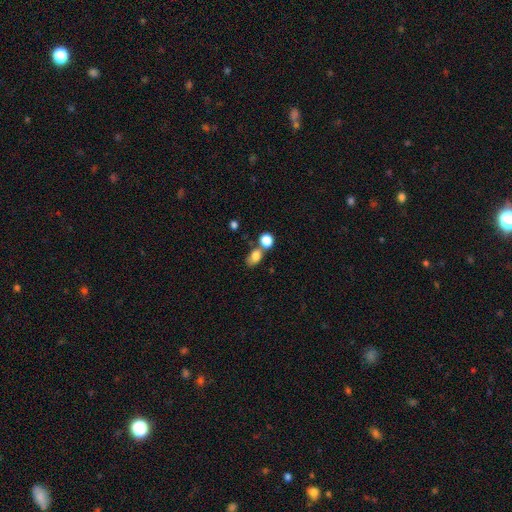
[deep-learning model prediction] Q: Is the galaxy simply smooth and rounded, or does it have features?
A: smooth — 80%.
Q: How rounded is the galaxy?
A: in between — 73%.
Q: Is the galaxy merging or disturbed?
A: none — 41%.